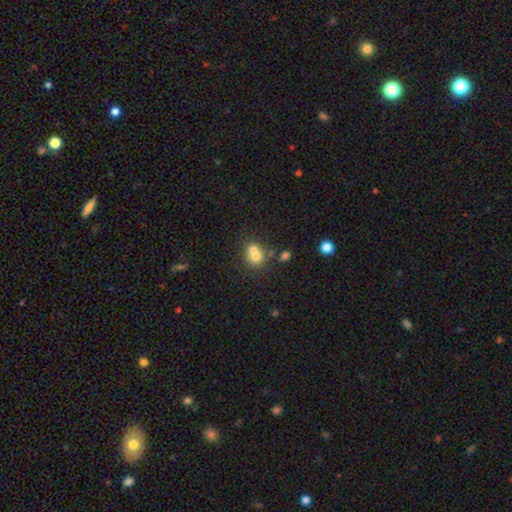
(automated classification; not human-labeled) smooth 68%, featured or disk 20%, star or artifact 13%. Down the decision tree: how rounded — round (67%); merging — merger (62%).